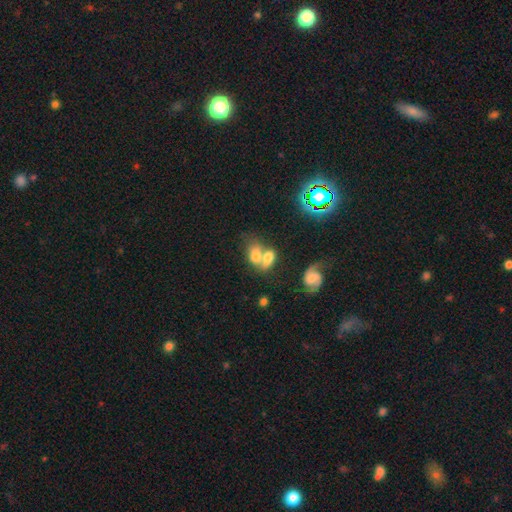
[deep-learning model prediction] smooth-or-featured: smooth: 68% | featured or disk: 22% | star or artifact: 10%
  how-rounded: in between: 79% | round: 19% | cigar-shaped: 3%
  merging: merger: 67% | none: 19% | minor disturbance: 8% | major disturbance: 6%